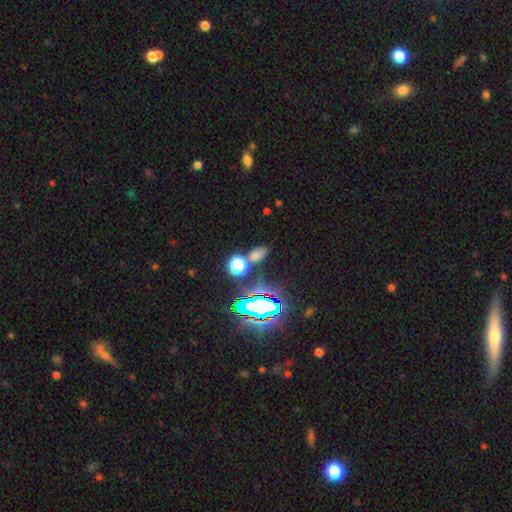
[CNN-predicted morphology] Q: Smooth or featured?
A: smooth (57%); runner-up: star or artifact (34%)
Q: How rounded?
A: in between (76%); runner-up: round (21%)
Q: Merging?
A: none (69%); runner-up: merger (13%)